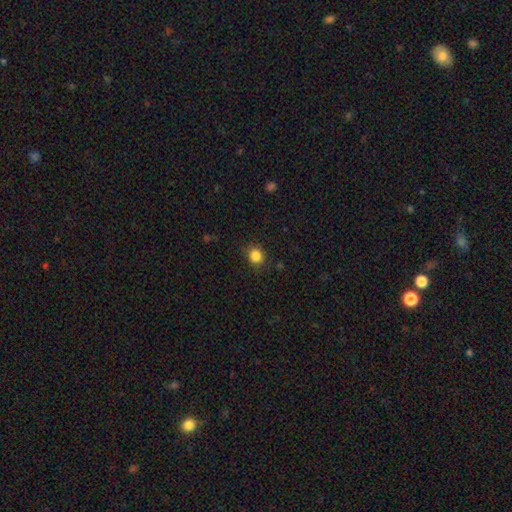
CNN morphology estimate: Q: Smooth or featured?
A: smooth (84%); runner-up: star or artifact (12%)
Q: How rounded?
A: round (84%); runner-up: in between (15%)
Q: Merging?
A: none (87%); runner-up: minor disturbance (9%)